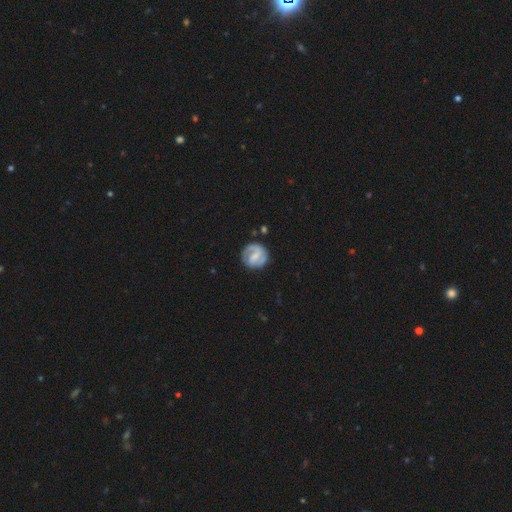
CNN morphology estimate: A featured or disk galaxy (76%) with a weak bar (47%), 2 (77%) medium (42%) spiral arms (91%) and a small central bulge (43%). Merging: none (76%).